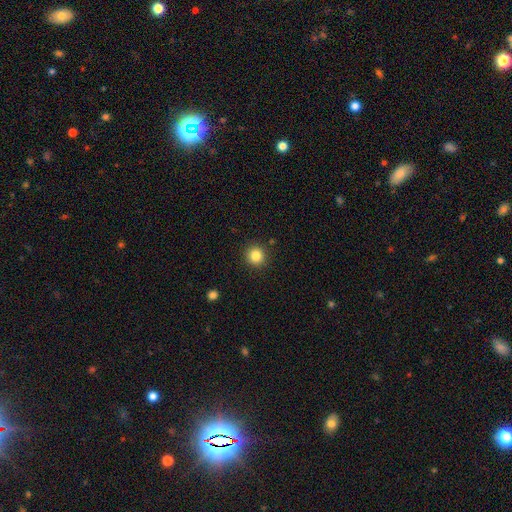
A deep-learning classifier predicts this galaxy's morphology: Smooth or featured?
  - smooth: 84% *
  - star or artifact: 11%
  - featured or disk: 5%
How rounded?
  - round: 94% *
  - in between: 5%
  - cigar-shaped: 1%
Merging?
  - none: 91% *
  - minor disturbance: 6%
  - major disturbance: 2%
  - merger: 1%